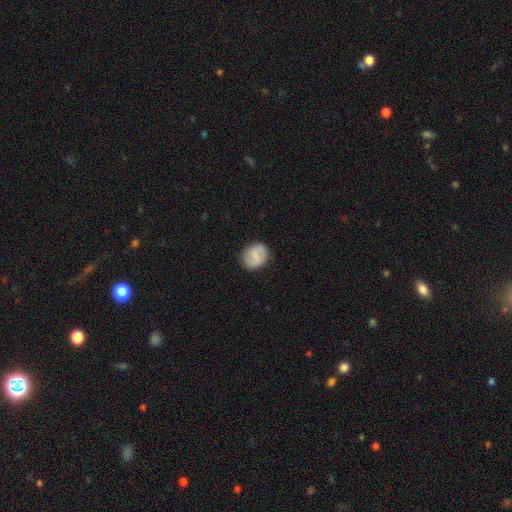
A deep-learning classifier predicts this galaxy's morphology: Smooth or featured? Predicted: smooth (p=0.53). How rounded? Predicted: round (p=0.69). Merging? Predicted: none (p=0.86).